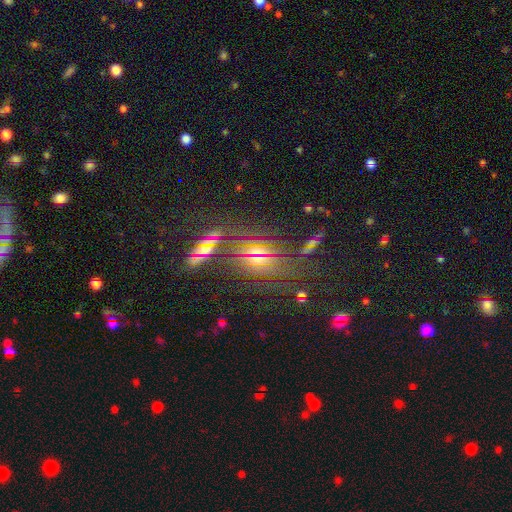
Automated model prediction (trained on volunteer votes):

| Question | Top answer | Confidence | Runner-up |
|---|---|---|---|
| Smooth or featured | star or artifact | 58% | featured or disk (23%) |